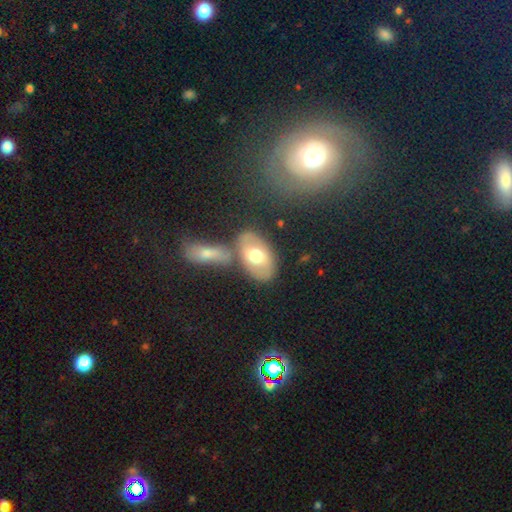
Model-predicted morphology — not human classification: smooth_or_featured: smooth (p=0.55) [alt: featured or disk p=0.38]
how_rounded: in between (p=0.89) [alt: round p=0.09]
merging: none (p=0.62) [alt: merger p=0.21]